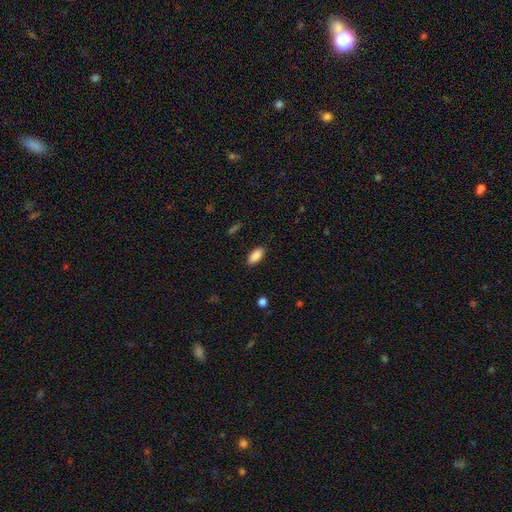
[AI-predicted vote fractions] Smooth or featured? Predicted: smooth (p=0.89). How rounded? Predicted: in between (p=0.88). Merging? Predicted: none (p=0.87).